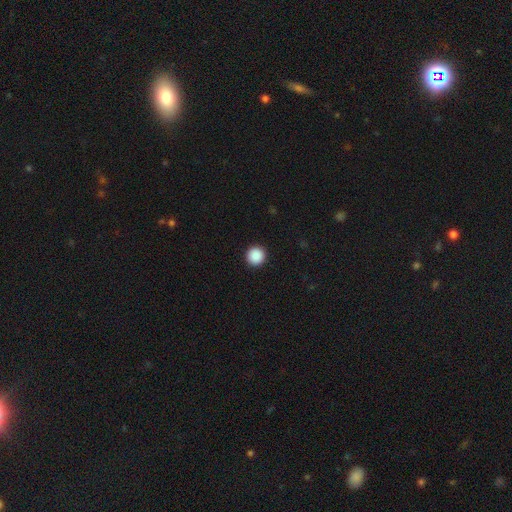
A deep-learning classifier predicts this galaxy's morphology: Smooth or featured?
  - smooth: 89% *
  - star or artifact: 9%
  - featured or disk: 2%
How rounded?
  - round: 96% *
  - in between: 3%
  - cigar-shaped: 1%
Merging?
  - none: 94% *
  - minor disturbance: 4%
  - major disturbance: 2%
  - merger: 1%